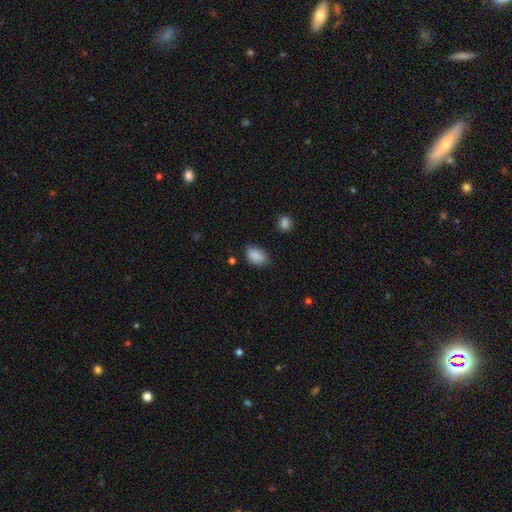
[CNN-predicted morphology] This appears to be a smooth galaxy with no disk features (88%) that is in between round and cigar-shaped (87%). Merging: none (78%).